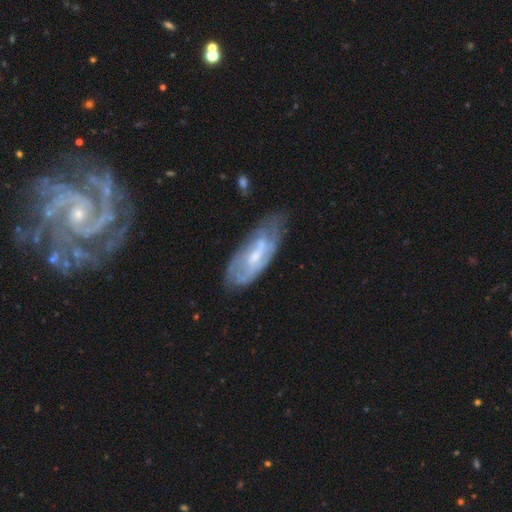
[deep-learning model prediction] This is likely a featured or disk galaxy (65%). It is clearly not viewed edge-on (85%). Bar: possibly weak (47%). Spiral arm pattern: likely yes (68%). Central bulge: possibly small (47%). Merging: likely none (60%).